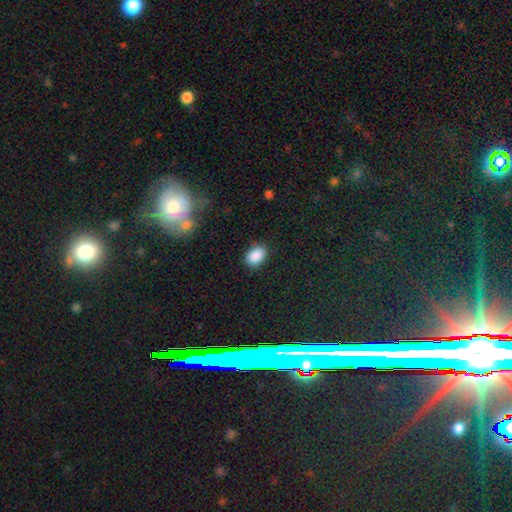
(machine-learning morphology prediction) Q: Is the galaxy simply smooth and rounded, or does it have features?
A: smooth — 89%.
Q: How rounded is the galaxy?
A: in between — 78%.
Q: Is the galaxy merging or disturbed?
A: none — 84%.